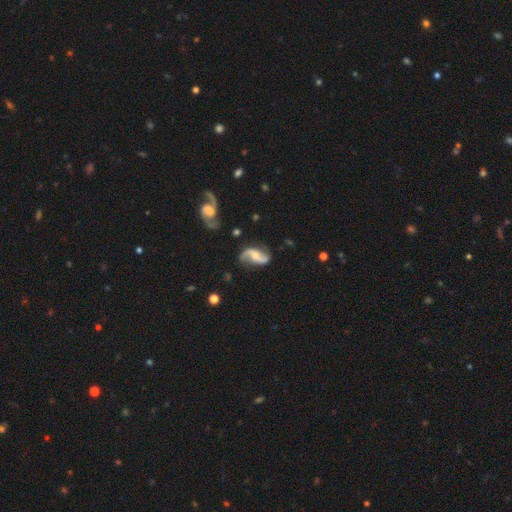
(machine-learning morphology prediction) Q: Smooth or featured?
A: featured or disk (87%); runner-up: smooth (8%)
Q: Edge-on disk?
A: no (97%); runner-up: yes (3%)
Q: Bar?
A: no (48%); runner-up: weak (37%)
Q: Spiral arms?
A: yes (96%); runner-up: no (4%)
Q: Spiral winding?
A: loose (74%); runner-up: medium (21%)
Q: Spiral arm count?
A: 2 (93%); runner-up: 1 (2%)
Q: Bulge size?
A: small (40%); runner-up: moderate (34%)
Q: Merging?
A: none (72%); runner-up: minor disturbance (17%)